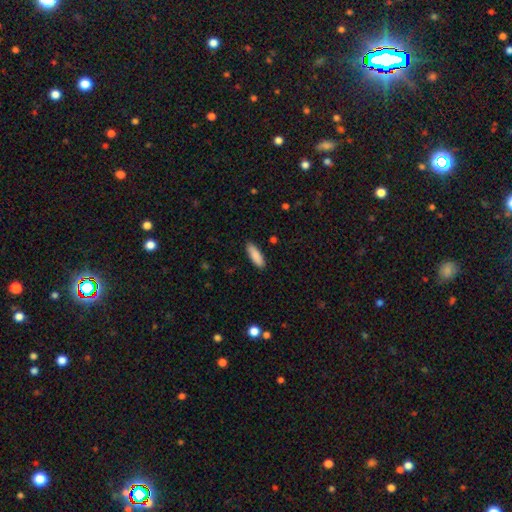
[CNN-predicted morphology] Overall: smooth (88%). How rounded: in between (54%; cigar-shaped 44%). Merging: none (88%).